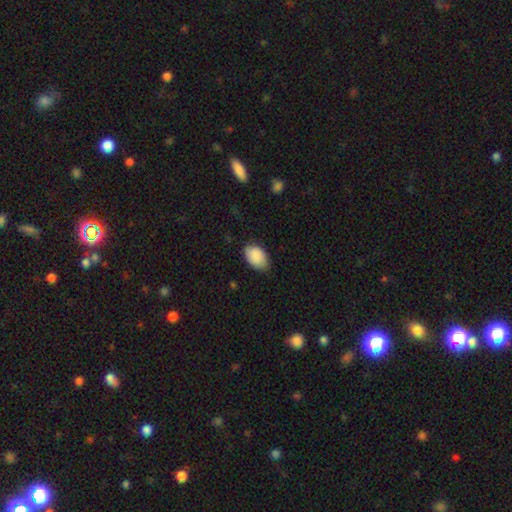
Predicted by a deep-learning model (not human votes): smooth-or-featured: smooth: 89% | star or artifact: 6% | featured or disk: 5%
  how-rounded: in between: 89% | round: 10% | cigar-shaped: 1%
  merging: none: 74% | minor disturbance: 22% | major disturbance: 3% | merger: 1%